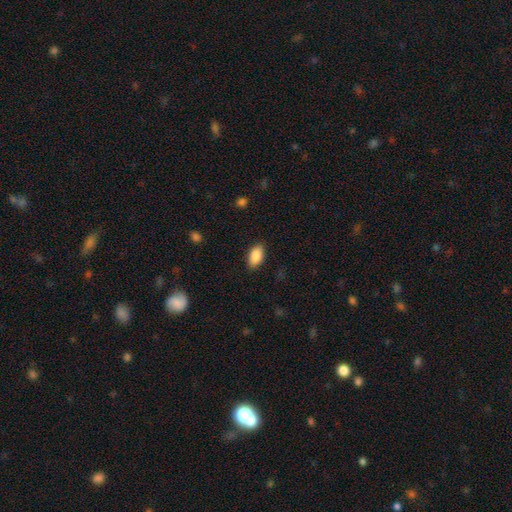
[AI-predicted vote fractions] The model was most divided on "merging": none: 86%, minor disturbance: 10%, major disturbance: 3%, merger: 1%. More confident: how rounded — in between (93%); smooth or featured — smooth (89%).